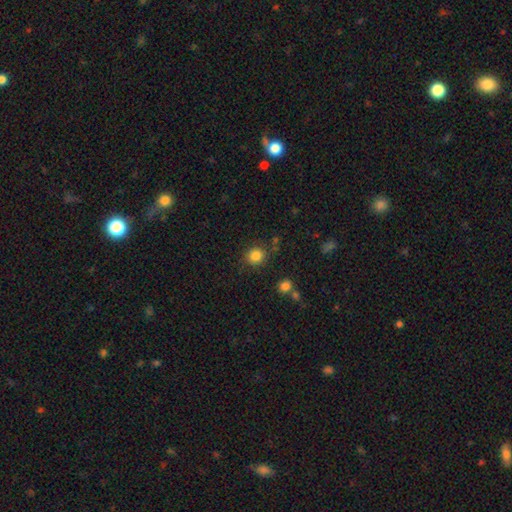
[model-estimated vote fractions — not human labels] A smooth galaxy with no disk features (84%) that is round (81%).

Vote fractions:
- Smooth or featured? smooth: 84% / star or artifact: 11% / featured or disk: 5%
- How rounded? round: 81% / in between: 18% / cigar-shaped: 1%
- Merging? none: 83% / minor disturbance: 10% / major disturbance: 4% / merger: 4%